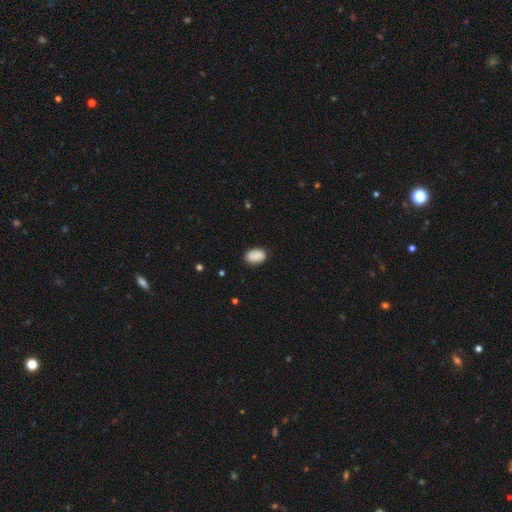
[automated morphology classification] Smooth or featured?
  - smooth: 87% *
  - star or artifact: 7%
  - featured or disk: 6%
How rounded?
  - in between: 89% *
  - round: 10%
  - cigar-shaped: 1%
Merging?
  - none: 85% *
  - minor disturbance: 12%
  - major disturbance: 2%
  - merger: 1%